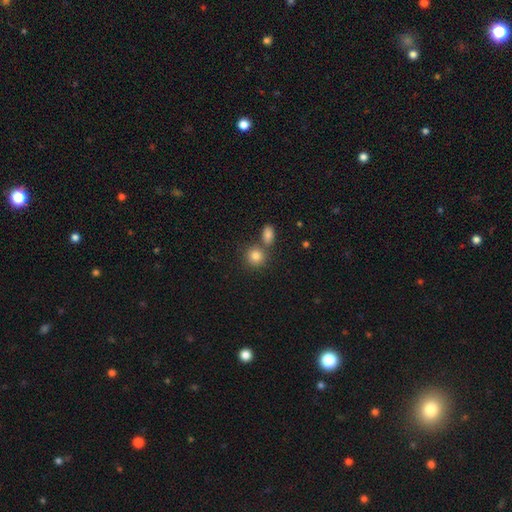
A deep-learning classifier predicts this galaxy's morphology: This appears to be a smooth galaxy with no disk features (83%) that is round (83%). Merging: none (61%).